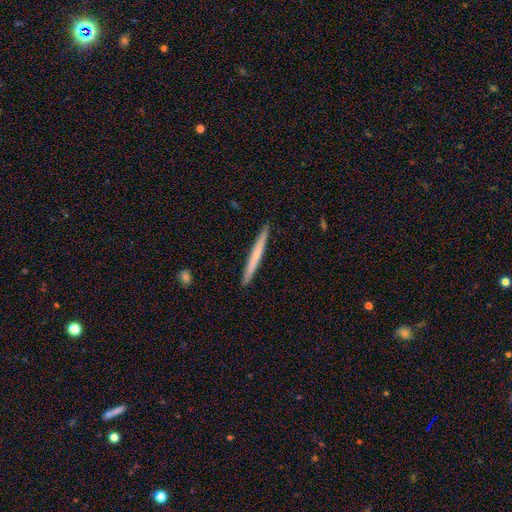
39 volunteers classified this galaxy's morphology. A smooth galaxy with no disk features (56%) that is cigar-shaped (95%).

Vote fractions:
- Smooth or featured? smooth: 56% / featured or disk: 41% / star or artifact: 3%
- How rounded? cigar-shaped: 95% / in between: 5% / round: 0%
- Merging? none: 95% / minor disturbance: 5% / major disturbance: 0% / merger: 0%